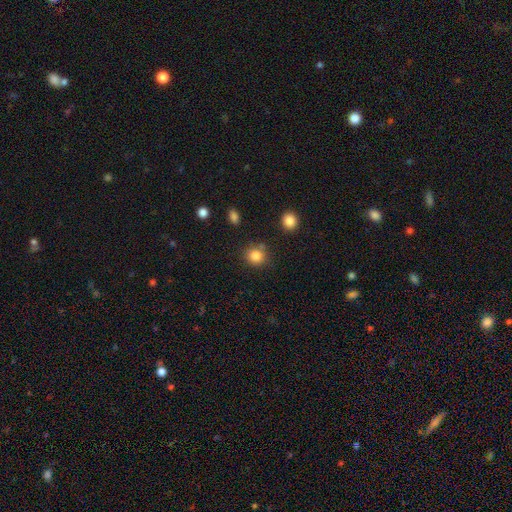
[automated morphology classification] Smooth or featured: smooth — 84% (star or artifact — 11%)
How rounded: round — 88% (in between — 11%)
Merging: none — 79% (minor disturbance — 11%)